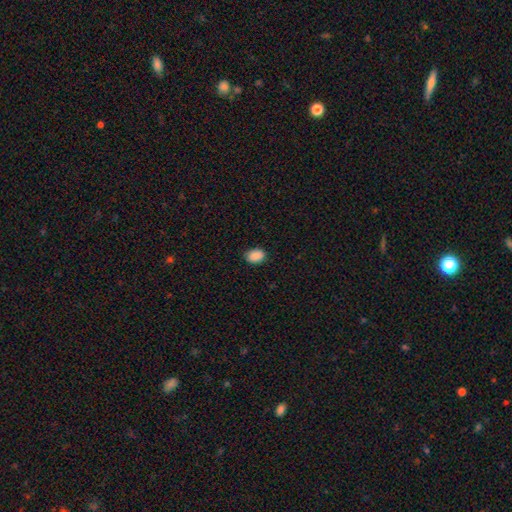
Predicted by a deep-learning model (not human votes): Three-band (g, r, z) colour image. It shows a smooth galaxy with no disk features (90%) that is in between round and cigar-shaped (74%). Merging: none (86%).